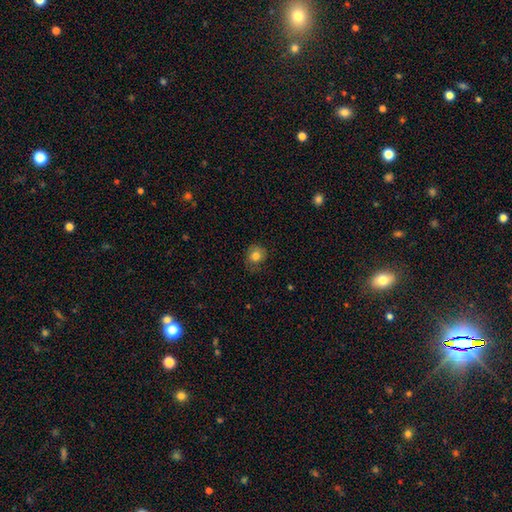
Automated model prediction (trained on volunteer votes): A smooth galaxy with no disk features (81%) that is round (77%).

Vote fractions:
- Smooth or featured? smooth: 81% / star or artifact: 10% / featured or disk: 9%
- How rounded? round: 77% / in between: 22% / cigar-shaped: 1%
- Merging? none: 71% / minor disturbance: 22% / major disturbance: 6% / merger: 1%